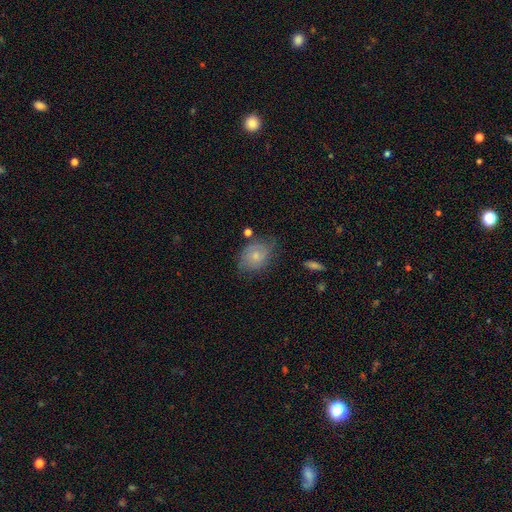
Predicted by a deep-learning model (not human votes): This is possibly a smooth galaxy (53%). How rounded: likely in between (62%). Merging: likely none (61%).